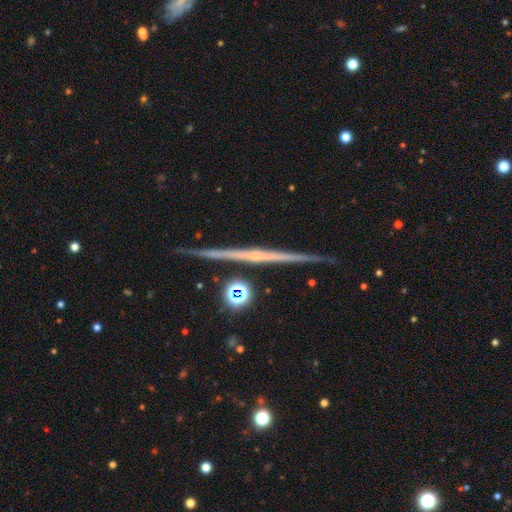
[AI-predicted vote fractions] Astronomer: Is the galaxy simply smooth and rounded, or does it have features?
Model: featured or disk — 81%.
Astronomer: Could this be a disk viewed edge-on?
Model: yes — 98%.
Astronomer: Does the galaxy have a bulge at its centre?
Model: none — 60%.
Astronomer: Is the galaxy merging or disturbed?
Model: none — 90%.